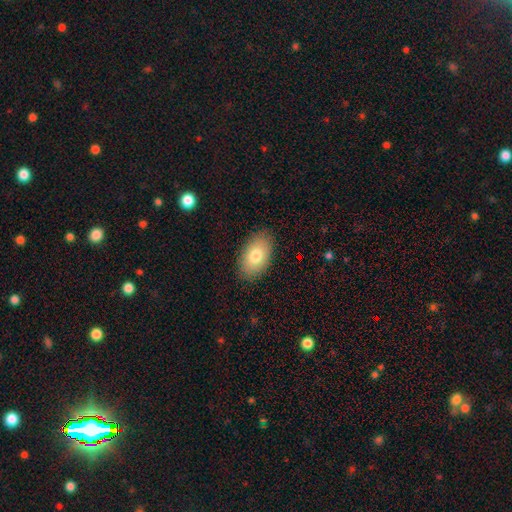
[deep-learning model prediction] This appears to be a smooth galaxy with no disk features (78%) that is in between round and cigar-shaped (93%). Merging: none (87%).